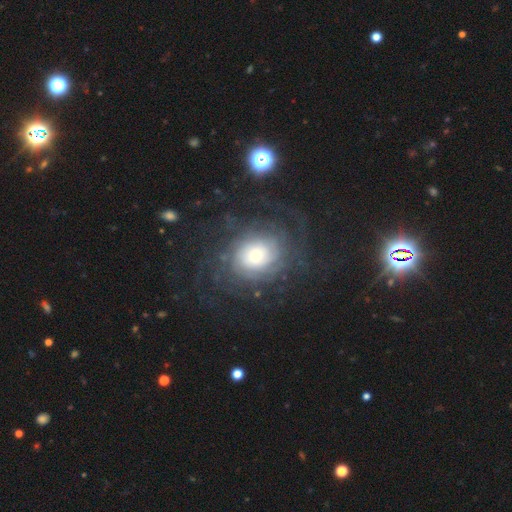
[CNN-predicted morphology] This is likely a featured or disk galaxy (75%). It is clearly not viewed edge-on (97%). Bar: likely no (78%). Spiral arm pattern: clearly yes (91%). Spiral arm count: marginally can't tell (42%). Spiral winding: possibly tight (57%). Central bulge: marginally moderate (38%). Merging: likely none (69%).